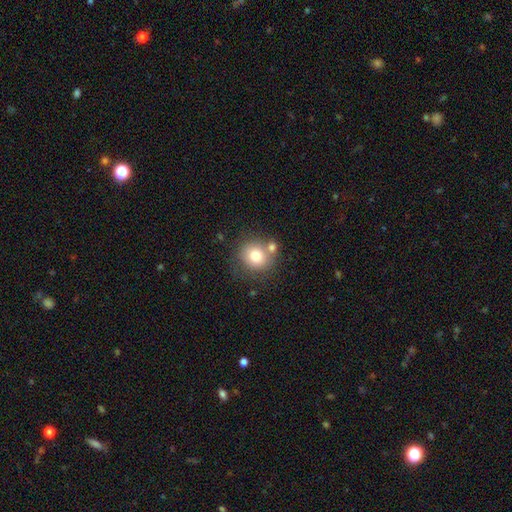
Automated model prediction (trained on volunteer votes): Overall: smooth (77%). How rounded: round (84%). Merging: none (62%).